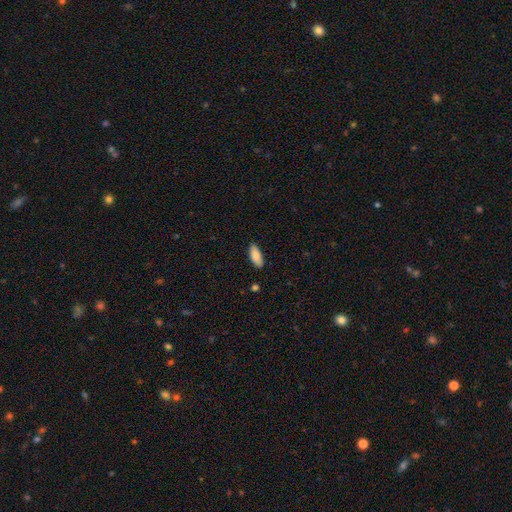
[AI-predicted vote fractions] smooth_or_featured: smooth (p=0.86) [alt: featured or disk p=0.08]
how_rounded: in between (p=0.81) [alt: cigar-shaped p=0.17]
merging: none (p=0.87) [alt: minor disturbance p=0.10]